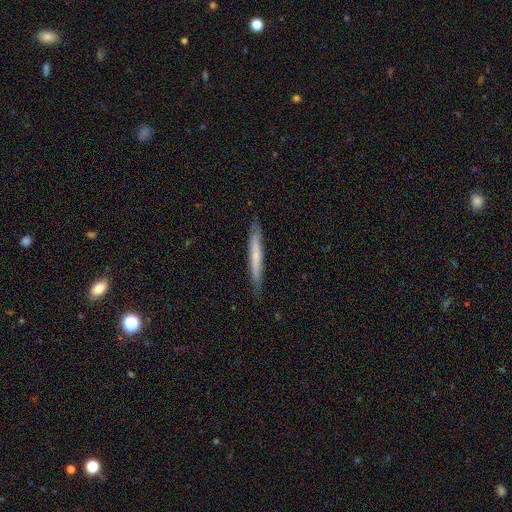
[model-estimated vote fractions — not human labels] smooth-or-featured: smooth: 59% | featured or disk: 35% | star or artifact: 6%
  how-rounded: cigar-shaped: 96% | in between: 3% | round: 1%
  merging: none: 87% | minor disturbance: 10% | major disturbance: 2% | merger: 1%